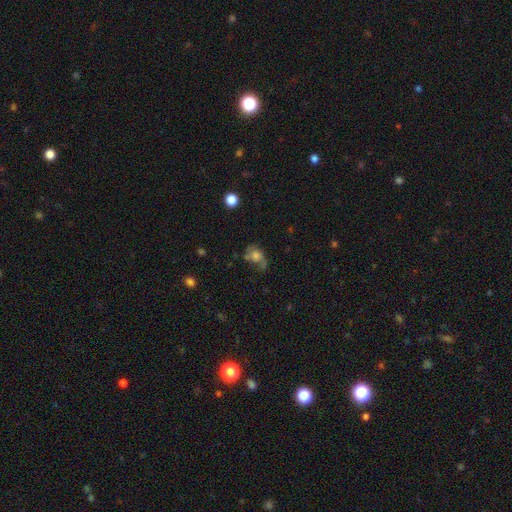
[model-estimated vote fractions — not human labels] Morphology: type=smooth (49%); merging=none (43%).